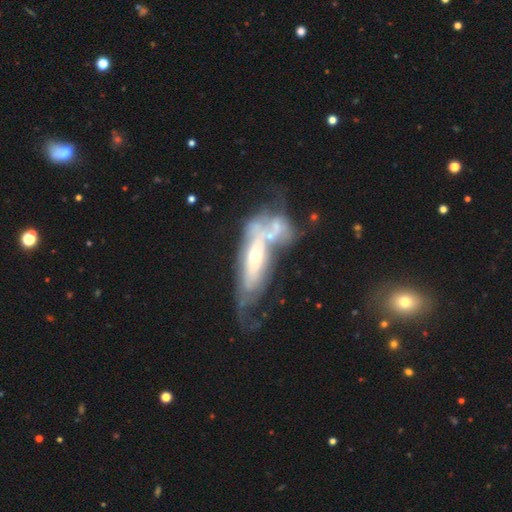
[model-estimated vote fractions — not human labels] smooth_or_featured: featured or disk (p=0.74) [alt: smooth p=0.19]
disk_edge_on: no (p=0.81) [alt: yes p=0.19]
bar: no (p=0.76) [alt: weak p=0.18]
has_spiral_arms: yes (p=0.56) [alt: no p=0.44]
bulge_size: moderate (p=0.51) [alt: small p=0.42]
merging: merger (p=0.43) [alt: major disturbance p=0.23]